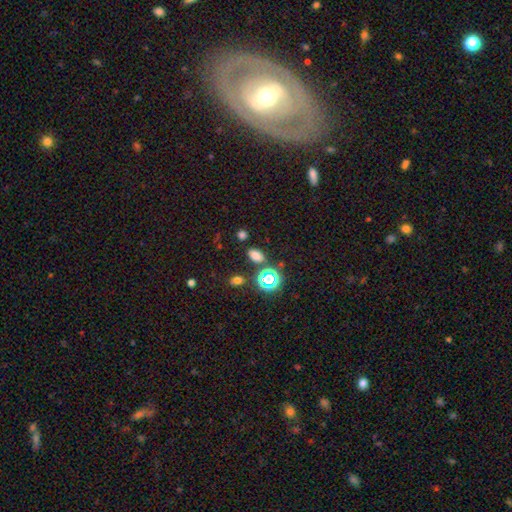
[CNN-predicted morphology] A smooth galaxy with no disk features (70%) that is in between round and cigar-shaped (82%). Merging: none (82%).